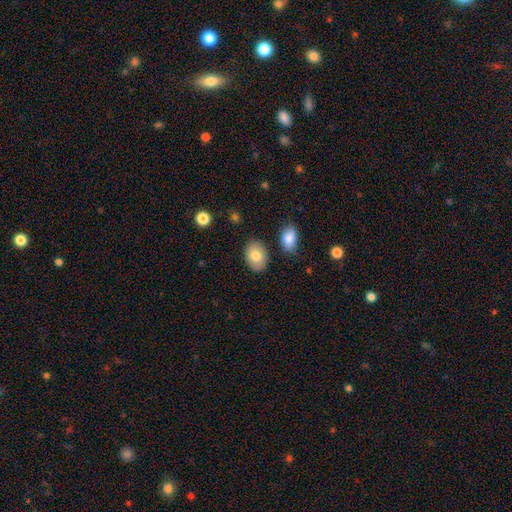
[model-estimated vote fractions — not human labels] Smooth or featured? smooth (82%)
How rounded? in between (82%)
Merging? none (84%)